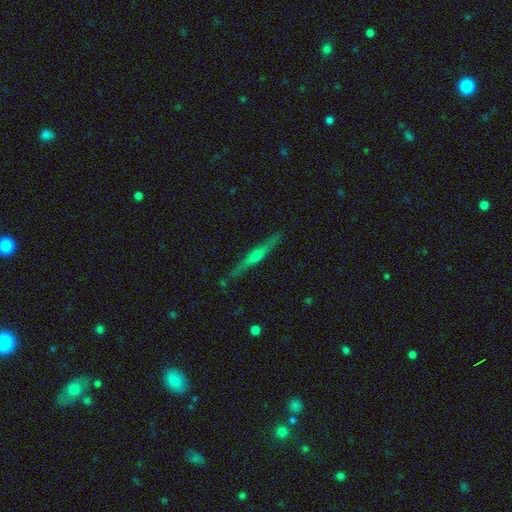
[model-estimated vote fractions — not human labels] Smooth or featured?
  - featured or disk: 66% *
  - smooth: 27%
  - star or artifact: 7%
Edge-on disk?
  - yes: 96% *
  - no: 4%
Edge-on bulge?
  - rounded: 67% *
  - none: 21%
  - boxy: 12%
Merging?
  - none: 86% *
  - minor disturbance: 10%
  - major disturbance: 2%
  - merger: 2%